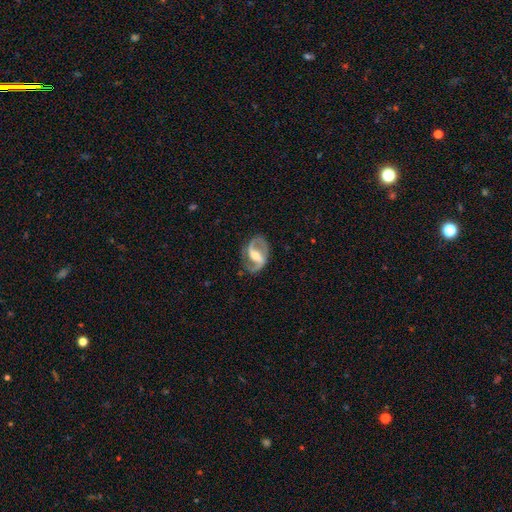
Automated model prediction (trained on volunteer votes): Smooth or featured? Predicted: featured or disk (p=0.89). Edge-on disk? Predicted: no (p=0.97). Bar? Predicted: strong (p=0.48). Spiral arms? Predicted: yes (p=0.95). Spiral winding? Predicted: medium (p=0.53). Spiral arm count? Predicted: 2 (p=0.92). Bulge size? Predicted: moderate (p=0.57). Merging? Predicted: none (p=0.78).